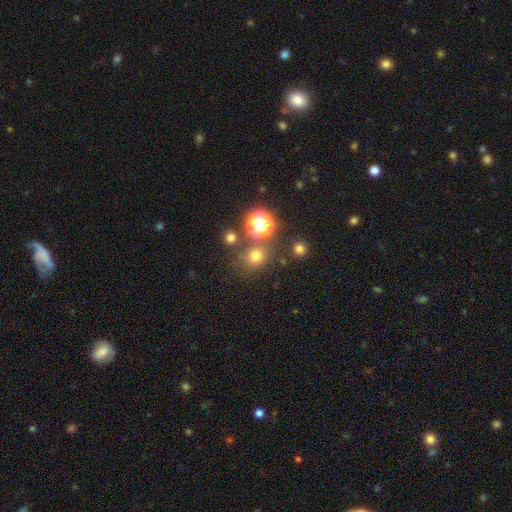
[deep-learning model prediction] Smooth or featured: smooth — 66% (star or artifact — 26%)
How rounded: round — 85% (in between — 14%)
Merging: none — 75% (merger — 11%)